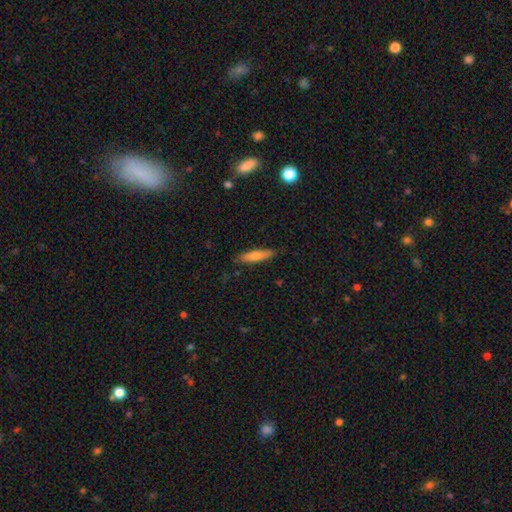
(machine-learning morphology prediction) Smooth or featured? Predicted: smooth (p=0.71). How rounded? Predicted: cigar-shaped (p=0.80). Merging? Predicted: none (p=0.84).